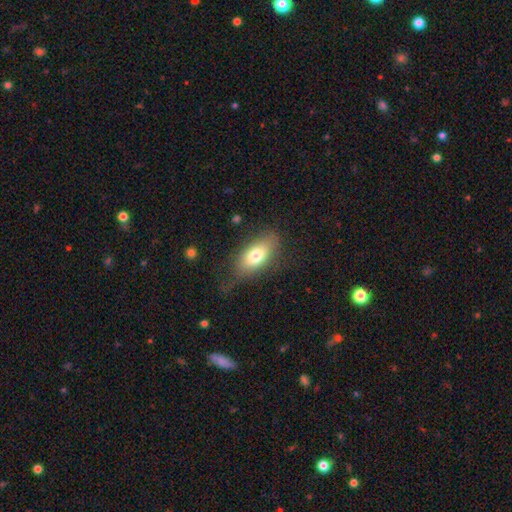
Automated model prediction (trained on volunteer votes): This appears to be a smooth galaxy with no disk features (74%) that is in between round and cigar-shaped (88%). Merging: none (64%).